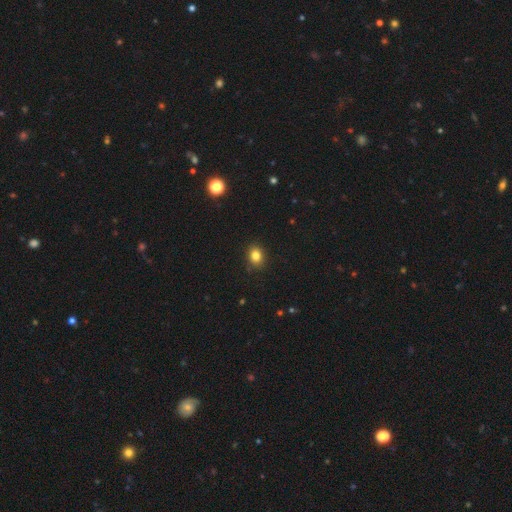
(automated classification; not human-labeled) The model was most divided on "how rounded": round: 53%, in between: 46%, cigar-shaped: 1%. More confident: merging — none (89%); smooth or featured — smooth (82%).